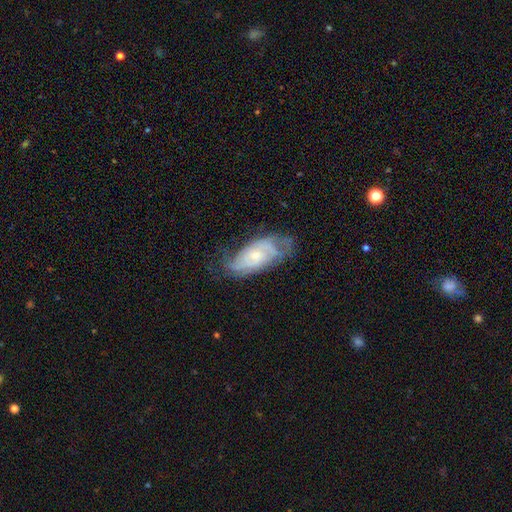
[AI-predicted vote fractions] The model was most divided on "spiral arm count": 2: 37%, can't tell: 36%, 3: 14%, 4: 5%, 1: 4%, more than 4: 3%. Remaining: edge-on disk — no (93%); spiral arms — yes (90%); smooth or featured — featured or disk (76%); bar — no (72%); bulge size — small (64%); merging — none (61%); spiral winding — tight (47%).